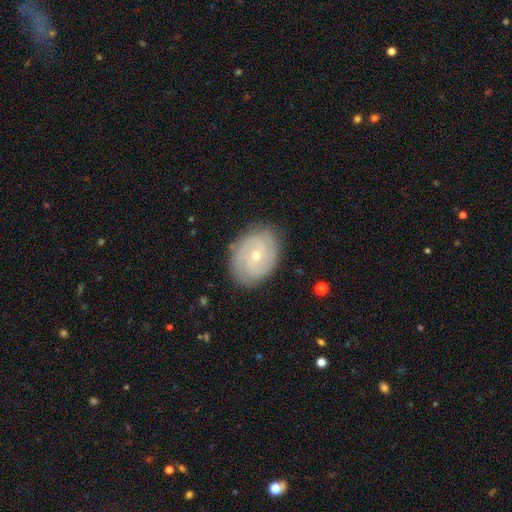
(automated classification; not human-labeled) This is clearly a featured or disk galaxy (81%). It is clearly not viewed edge-on (97%). Bar: likely no (62%). Spiral arm pattern: clearly yes (95%). Spiral arm count: possibly 2 (47%). Spiral winding: likely tight (65%). Central bulge: likely small (64%). Merging: clearly none (84%).